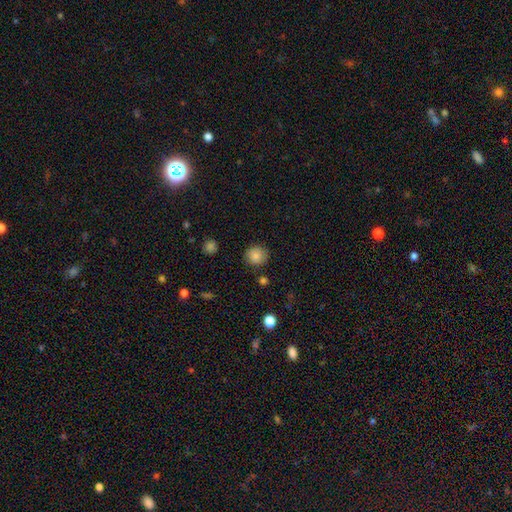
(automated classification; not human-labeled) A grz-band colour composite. It shows a smooth galaxy with no disk features (85%) that is round (90%). Merging: none (85%).